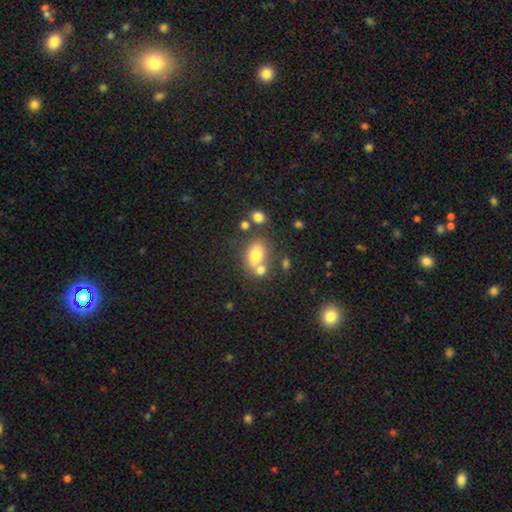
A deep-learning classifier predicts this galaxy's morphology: type=smooth (74%); roundness=in between (73%); merging=none (49%).